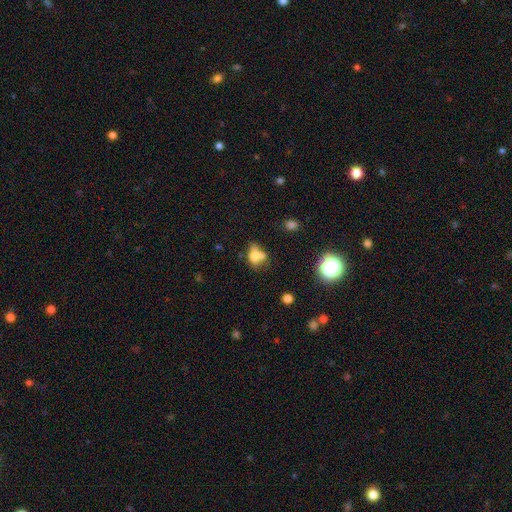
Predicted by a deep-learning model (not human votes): Smooth or featured?
  - smooth: 65% *
  - featured or disk: 21%
  - star or artifact: 14%
How rounded?
  - in between: 66% *
  - round: 31%
  - cigar-shaped: 3%
Merging?
  - merger: 44% *
  - none: 29%
  - minor disturbance: 16%
  - major disturbance: 11%